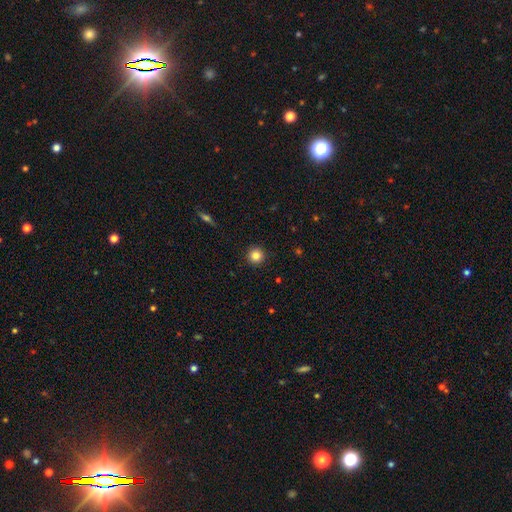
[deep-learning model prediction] Smooth or featured?
  - smooth: 84% *
  - star or artifact: 11%
  - featured or disk: 5%
How rounded?
  - round: 96% *
  - in between: 3%
  - cigar-shaped: 1%
Merging?
  - none: 93% *
  - minor disturbance: 5%
  - major disturbance: 2%
  - merger: 1%